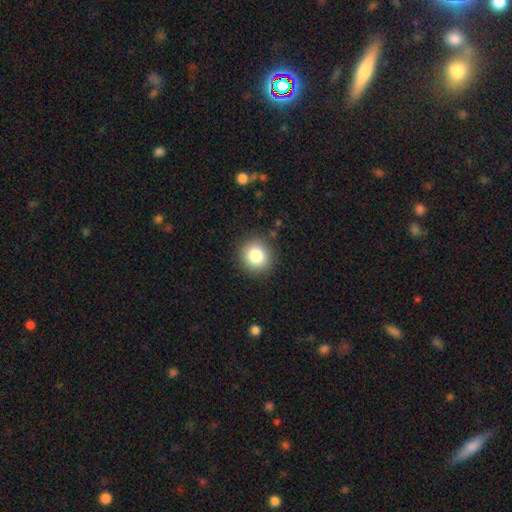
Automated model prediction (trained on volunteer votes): A smooth galaxy with no disk features (83%) that is round (89%).

Vote fractions:
- Smooth or featured? smooth: 83% / star or artifact: 10% / featured or disk: 7%
- How rounded? round: 89% / in between: 10% / cigar-shaped: 1%
- Merging? none: 90% / minor disturbance: 7% / major disturbance: 2% / merger: 1%